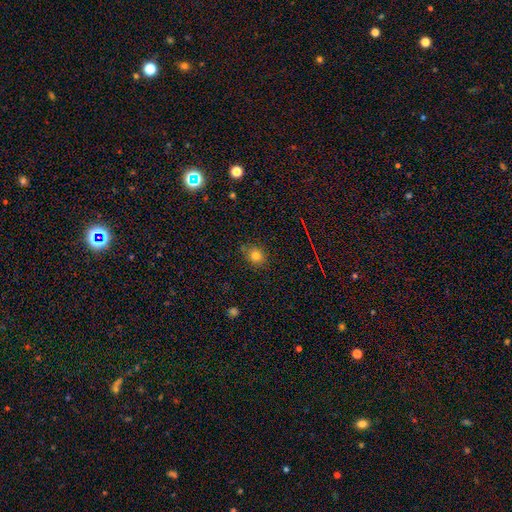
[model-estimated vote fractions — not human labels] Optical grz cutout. It shows a smooth galaxy with no disk features (76%) that is round (66%). Merging: none (78%).